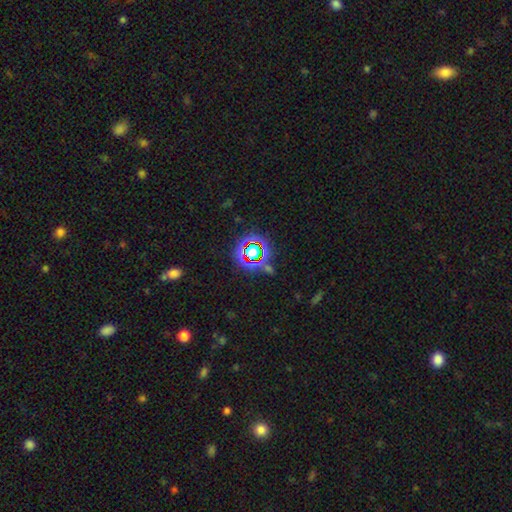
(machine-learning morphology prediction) Q: Smooth or featured?
A: star or artifact (67%); runner-up: smooth (22%)